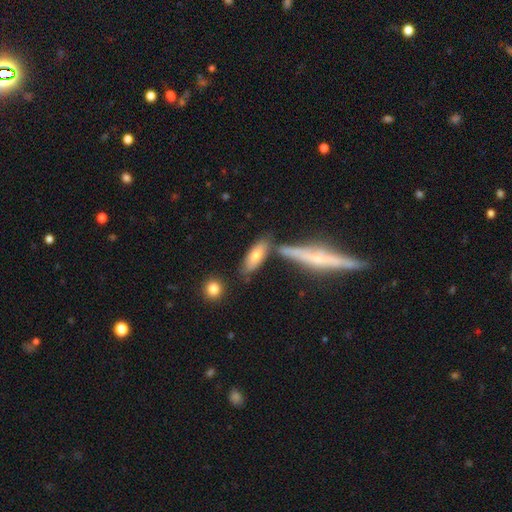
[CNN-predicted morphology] type=smooth (69%); roundness=in between (60%); merging=none (61%).